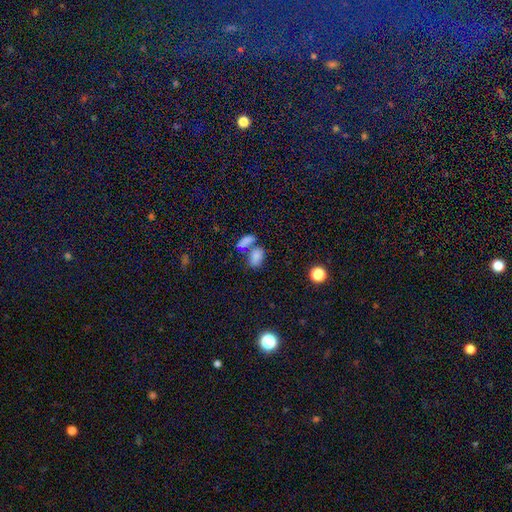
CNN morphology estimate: This is likely a smooth galaxy (79%). How rounded: clearly in between (85%). Merging: marginally merger (44%).